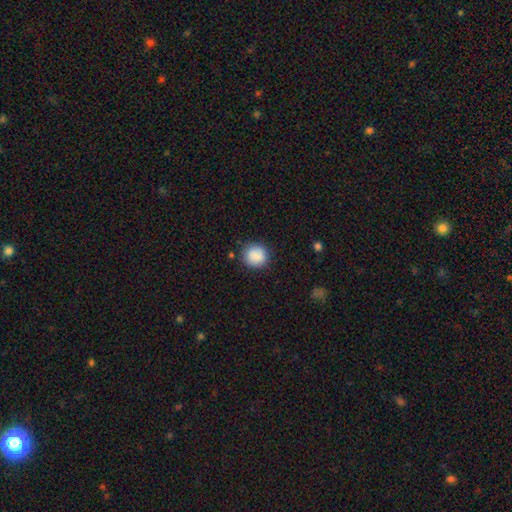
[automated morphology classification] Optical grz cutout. It shows a smooth galaxy with no disk features (87%) that is round (89%). Merging: none (83%).